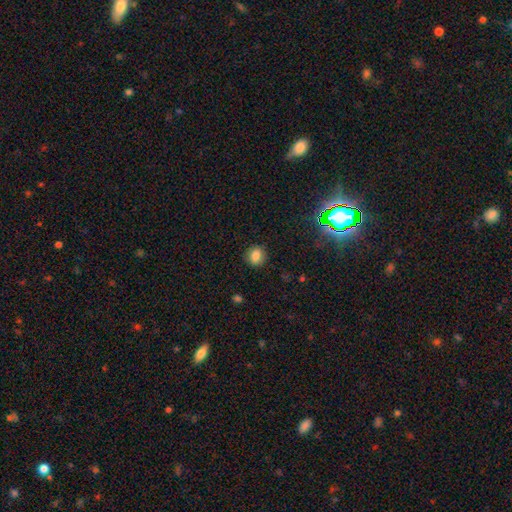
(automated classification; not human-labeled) Smooth or featured? Predicted: smooth (p=0.82). How rounded? Predicted: round (p=0.73). Merging? Predicted: none (p=0.87).